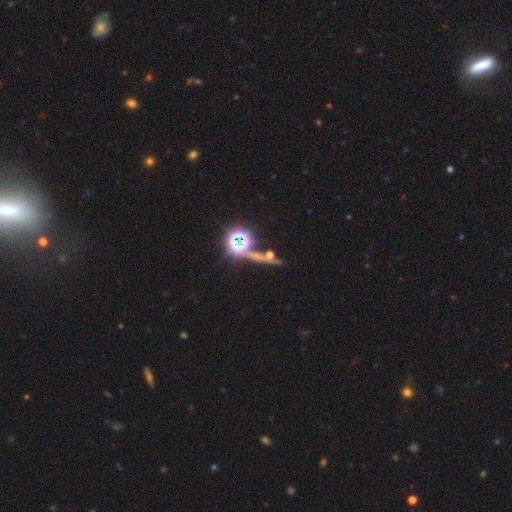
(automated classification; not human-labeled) This appears to be a star or artifact, not a galaxy (60%).